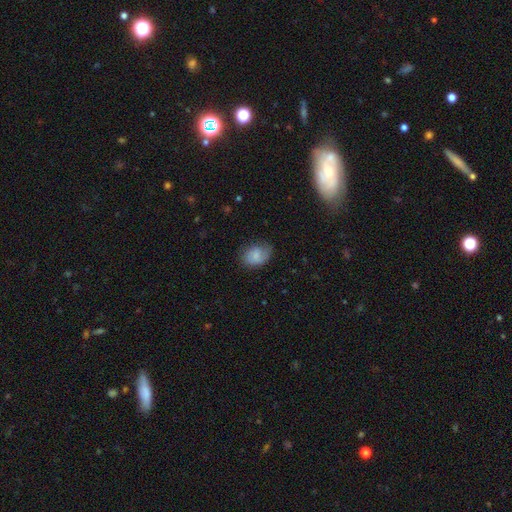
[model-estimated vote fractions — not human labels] A smooth galaxy with no disk features (67%) that is in between round and cigar-shaped (71%).

Vote fractions:
- Smooth or featured? smooth: 67% / featured or disk: 24% / star or artifact: 8%
- How rounded? in between: 71% / round: 28% / cigar-shaped: 1%
- Merging? none: 61% / minor disturbance: 27% / major disturbance: 11% / merger: 1%